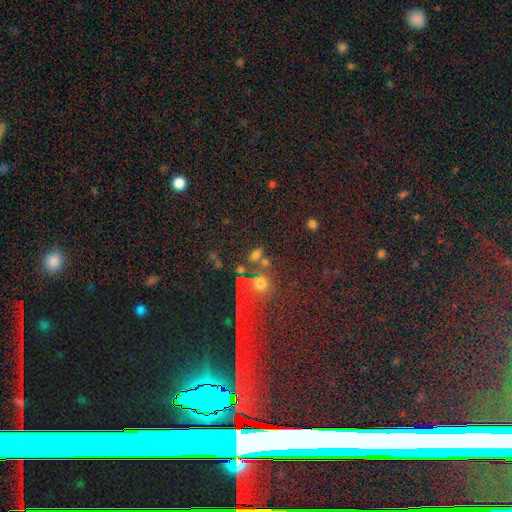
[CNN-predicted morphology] A smooth galaxy with no disk features (54%) that is round (59%).

Vote fractions:
- Smooth or featured? smooth: 54% / star or artifact: 31% / featured or disk: 15%
- How rounded? round: 59% / in between: 36% / cigar-shaped: 5%
- Merging? none: 53% / merger: 26% / minor disturbance: 12% / major disturbance: 9%